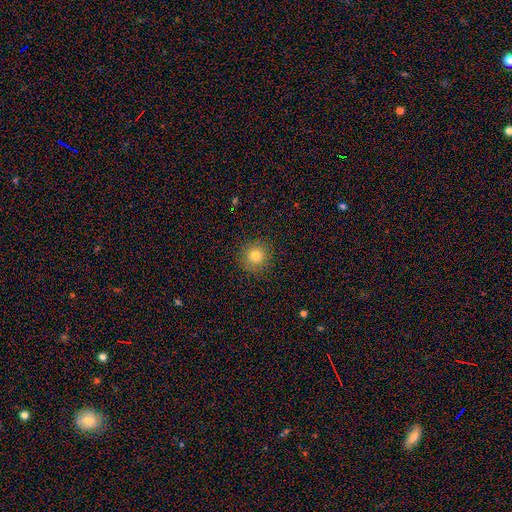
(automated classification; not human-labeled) smooth-or-featured: smooth: 78% | star or artifact: 14% | featured or disk: 8%
  how-rounded: round: 94% | in between: 5% | cigar-shaped: 1%
  merging: none: 90% | minor disturbance: 7% | major disturbance: 2% | merger: 1%